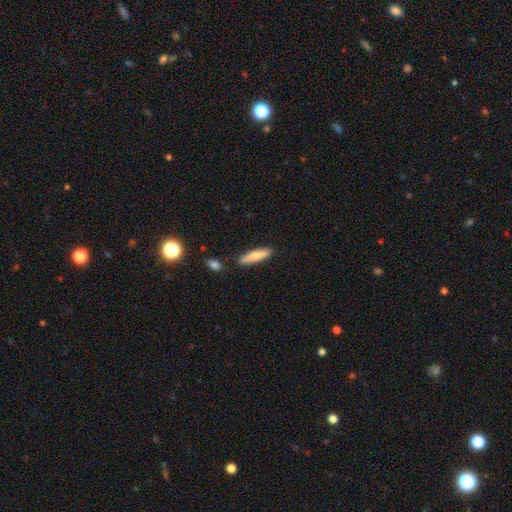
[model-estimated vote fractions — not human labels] Smooth or featured? Predicted: smooth (p=0.75). How rounded? Predicted: cigar-shaped (p=0.77). Merging? Predicted: none (p=0.84).